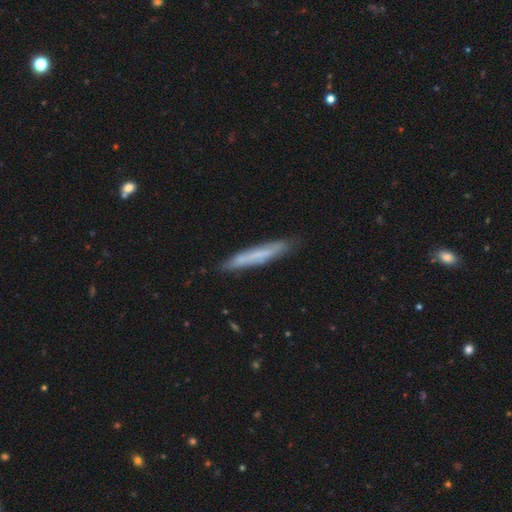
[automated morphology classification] smooth_or_featured: smooth (p=0.58) [alt: featured or disk p=0.35]
how_rounded: cigar-shaped (p=0.95) [alt: in between p=0.04]
merging: none (p=0.84) [alt: minor disturbance p=0.12]